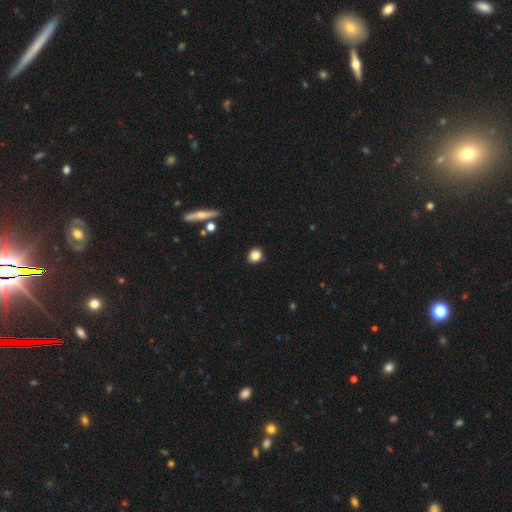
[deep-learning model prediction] Smooth or featured?
  - smooth: 84% *
  - star or artifact: 10%
  - featured or disk: 6%
How rounded?
  - round: 77% *
  - in between: 22%
  - cigar-shaped: 2%
Merging?
  - none: 90% *
  - minor disturbance: 7%
  - major disturbance: 2%
  - merger: 2%